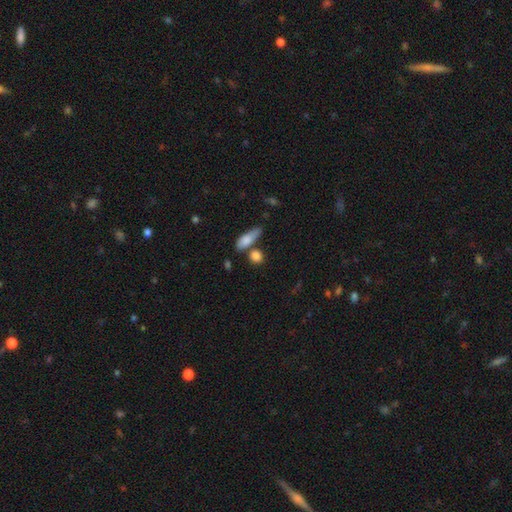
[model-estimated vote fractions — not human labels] smooth_or_featured: smooth (p=0.83) [alt: star or artifact p=0.09]
how_rounded: round (p=0.61) [alt: in between p=0.29]
merging: none (p=0.62) [alt: merger p=0.20]